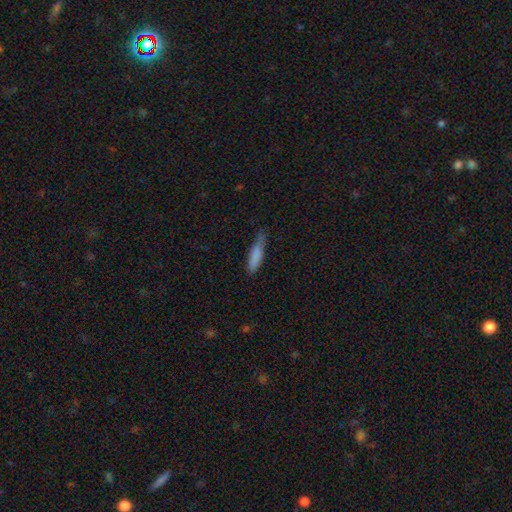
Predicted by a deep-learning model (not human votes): Morphology: type=smooth (82%); roundness=cigar-shaped (74%); merging=none (57%).